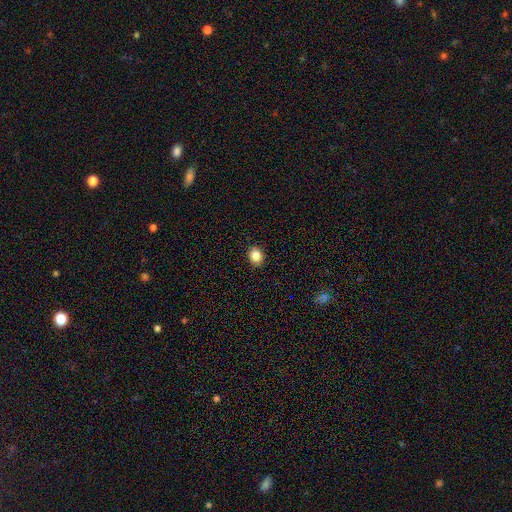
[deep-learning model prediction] Q: Smooth or featured?
A: smooth (85%); runner-up: star or artifact (10%)
Q: How rounded?
A: round (52%); runner-up: in between (46%)
Q: Merging?
A: none (88%); runner-up: minor disturbance (9%)